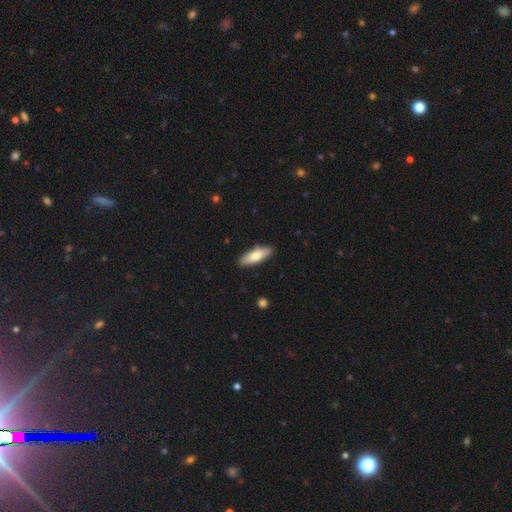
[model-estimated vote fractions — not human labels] A smooth galaxy with no disk features (71%) that is in between round and cigar-shaped (52%). Merging: none (88%).